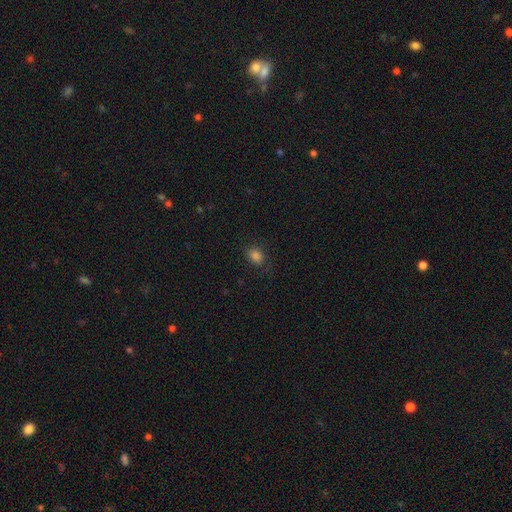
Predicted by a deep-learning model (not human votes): Q: Smooth or featured?
A: smooth (81%); runner-up: star or artifact (13%)
Q: How rounded?
A: in between (63%); runner-up: round (35%)
Q: Merging?
A: none (75%); runner-up: minor disturbance (17%)